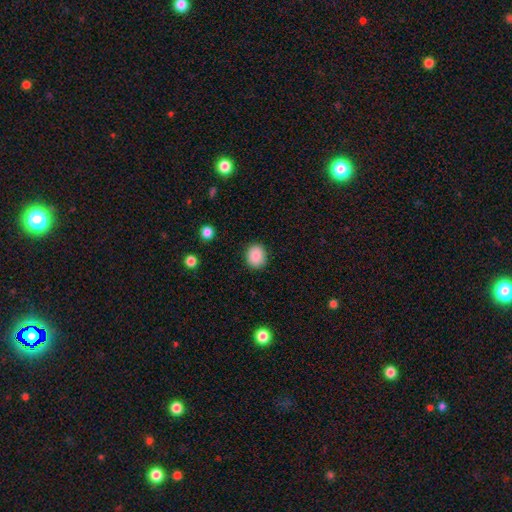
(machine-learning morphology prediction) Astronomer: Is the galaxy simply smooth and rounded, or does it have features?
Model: smooth — 87%.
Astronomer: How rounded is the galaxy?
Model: round — 68%.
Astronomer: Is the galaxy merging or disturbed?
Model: none — 88%.